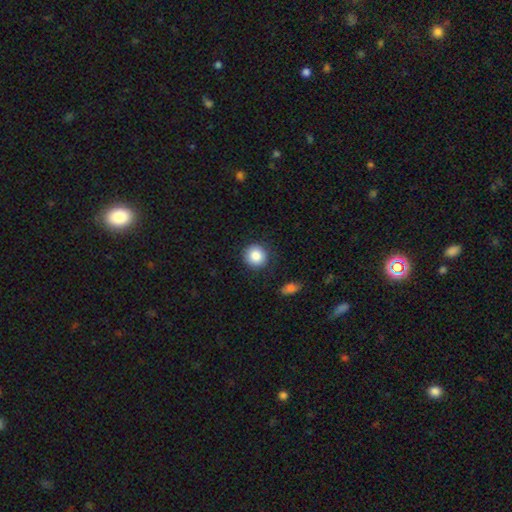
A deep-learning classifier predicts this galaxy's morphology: Q: Smooth or featured?
A: smooth (86%); runner-up: star or artifact (9%)
Q: How rounded?
A: round (92%); runner-up: in between (7%)
Q: Merging?
A: none (88%); runner-up: minor disturbance (8%)